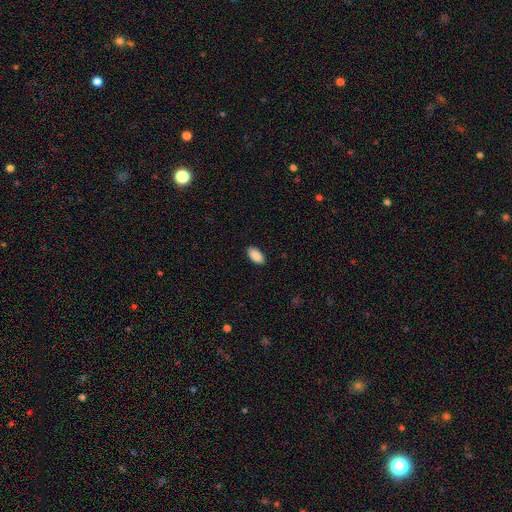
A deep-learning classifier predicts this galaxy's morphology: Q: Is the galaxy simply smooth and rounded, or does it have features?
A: smooth — 90%.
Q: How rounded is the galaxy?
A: in between — 94%.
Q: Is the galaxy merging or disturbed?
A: none — 89%.